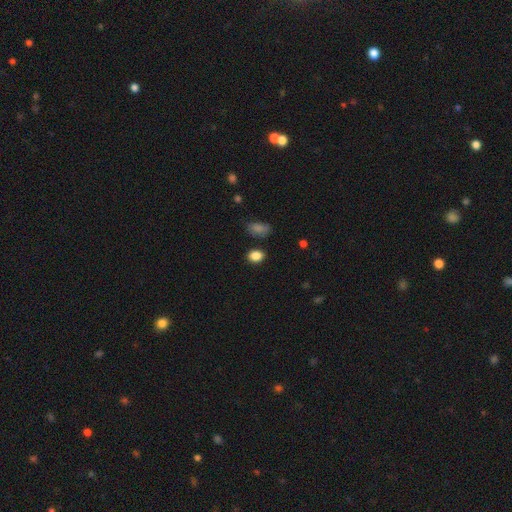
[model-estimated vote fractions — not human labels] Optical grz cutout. It shows a smooth galaxy with no disk features (86%) that is in between round and cigar-shaped (67%). Merging: none (83%).